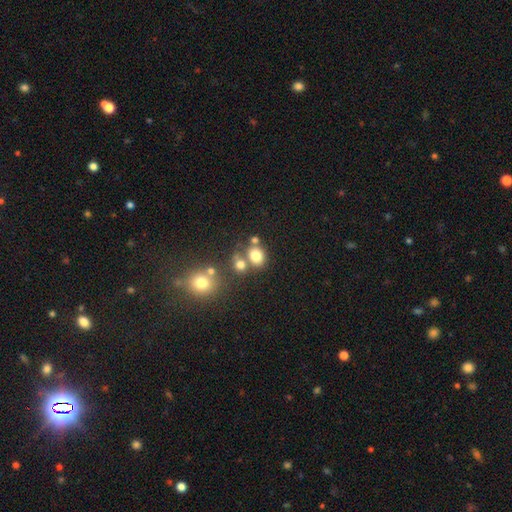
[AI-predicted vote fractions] smooth_or_featured: smooth (p=0.77) [alt: star or artifact p=0.14]
how_rounded: round (p=0.60) [alt: in between p=0.39]
merging: none (p=0.56) [alt: merger p=0.28]